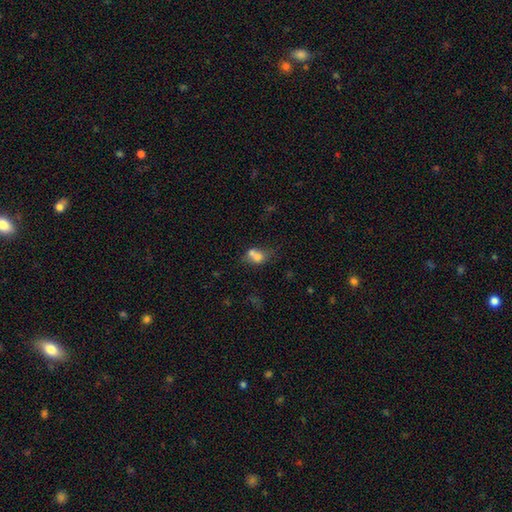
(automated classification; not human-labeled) Smooth or featured? smooth (70%)
How rounded? round (53%)
Merging? merger (61%)